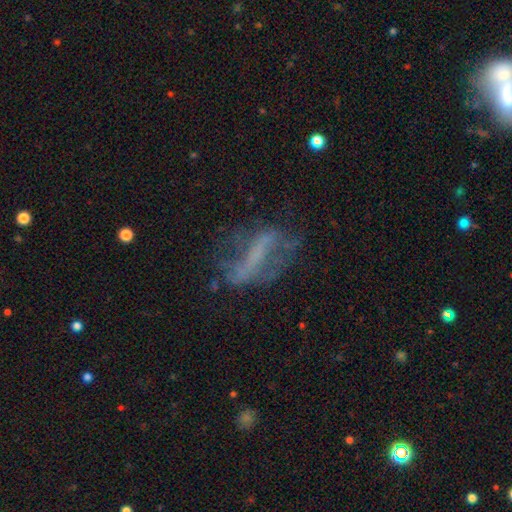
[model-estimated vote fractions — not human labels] featured or disk 60%, smooth 25%, star or artifact 15%. Down the decision tree: edge-on disk — no (83%); merging — none (48%).